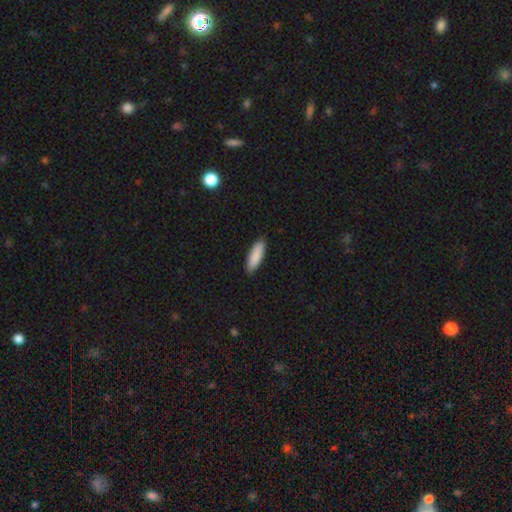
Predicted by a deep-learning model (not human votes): smooth_or_featured: smooth (p=0.89) [alt: star or artifact p=0.06]
how_rounded: in between (p=0.53) [alt: cigar-shaped p=0.46]
merging: none (p=0.88) [alt: minor disturbance p=0.09]